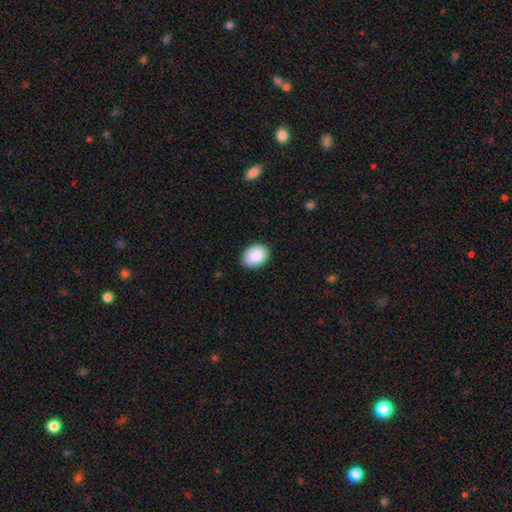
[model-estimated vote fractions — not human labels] This appears to be a smooth galaxy with no disk features (89%) that is in between round and cigar-shaped (73%). Merging: none (88%).